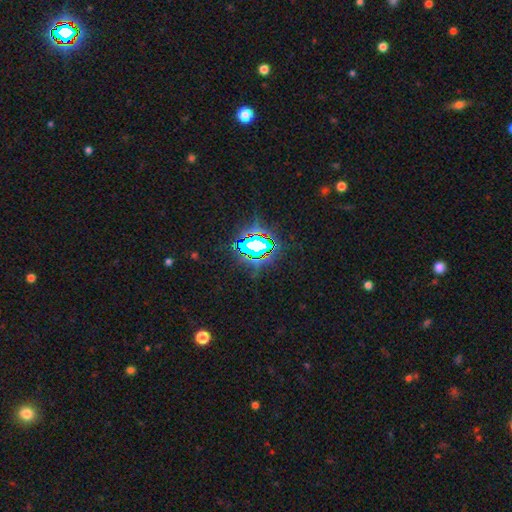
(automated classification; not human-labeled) Smooth or featured: star or artifact — 82% (smooth — 11%)